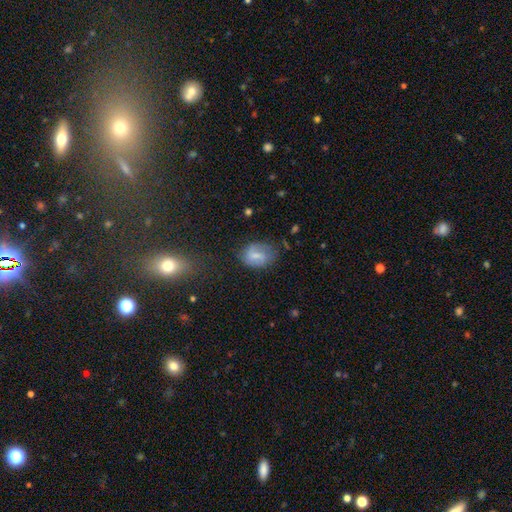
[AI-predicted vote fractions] The model was most divided on "smooth or featured": smooth: 47%, featured or disk: 44%, star or artifact: 9%. More confident: merging — none (63%).